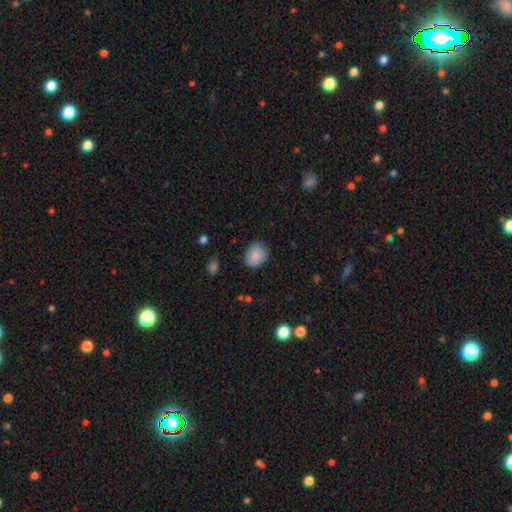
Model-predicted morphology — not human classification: smooth_or_featured: smooth (p=0.86) [alt: star or artifact p=0.08]
how_rounded: round (p=0.62) [alt: in between p=0.37]
merging: none (p=0.81) [alt: minor disturbance p=0.15]